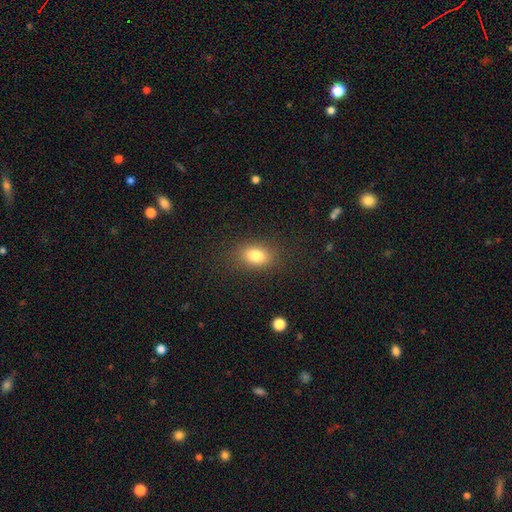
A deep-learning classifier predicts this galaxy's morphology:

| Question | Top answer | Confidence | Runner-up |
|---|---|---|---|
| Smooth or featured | smooth | 81% | star or artifact (10%) |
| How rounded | in between | 78% | round (20%) |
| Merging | none | 84% | minor disturbance (11%) |